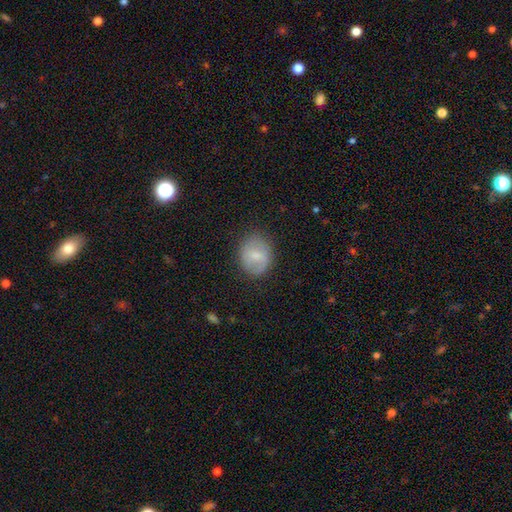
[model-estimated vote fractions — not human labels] Smooth or featured? smooth (66%)
How rounded? round (60%)
Merging? none (77%)